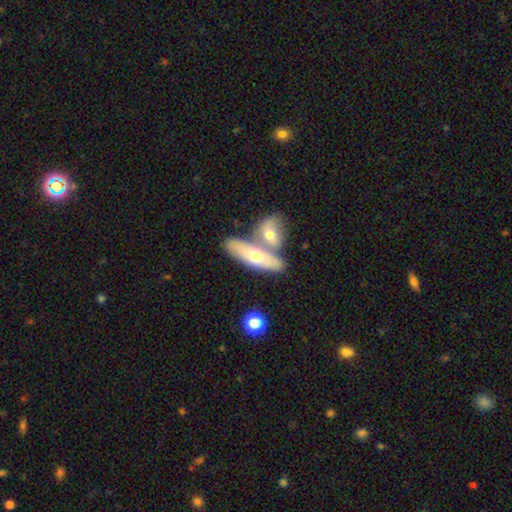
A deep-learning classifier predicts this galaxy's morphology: type=smooth (49%); merging=merger (45%).